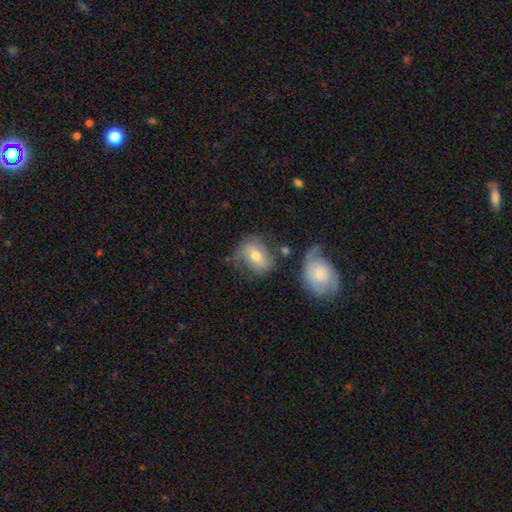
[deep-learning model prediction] This appears to be a smooth galaxy with no disk features (54%) that is in between round and cigar-shaped (59%). Merging: none (45%).